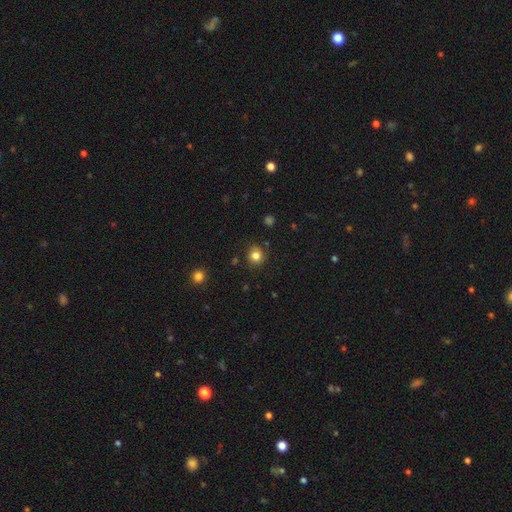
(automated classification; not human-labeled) Smooth or featured?
  - smooth: 82% *
  - star or artifact: 13%
  - featured or disk: 5%
How rounded?
  - round: 88% *
  - in between: 11%
  - cigar-shaped: 1%
Merging?
  - none: 87% *
  - minor disturbance: 9%
  - major disturbance: 2%
  - merger: 2%